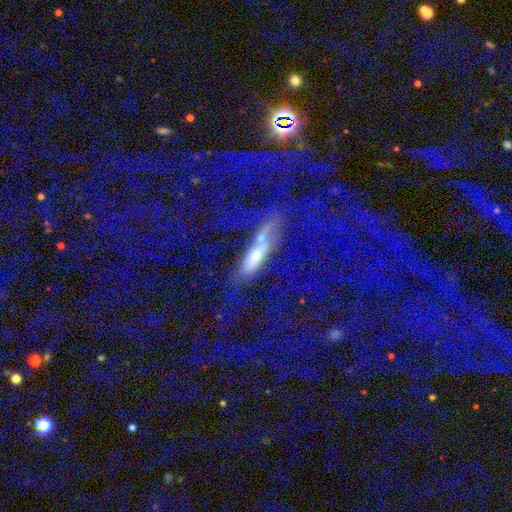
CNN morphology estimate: smooth 41%, featured or disk 36%, star or artifact 23%. Down the decision tree: merging — none (38%).